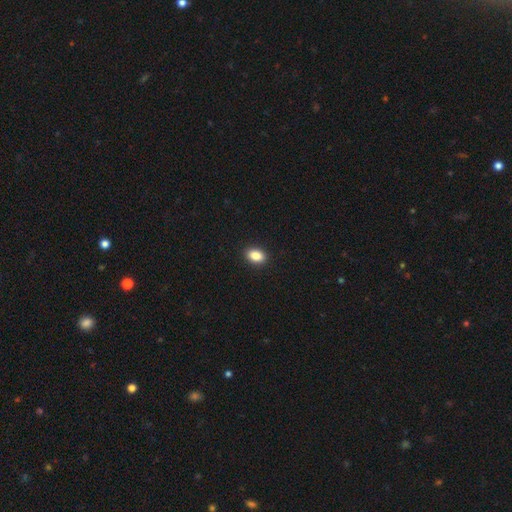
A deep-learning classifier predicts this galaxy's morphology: Smooth or featured? Predicted: smooth (p=0.87). How rounded? Predicted: in between (p=0.83). Merging? Predicted: none (p=0.91).